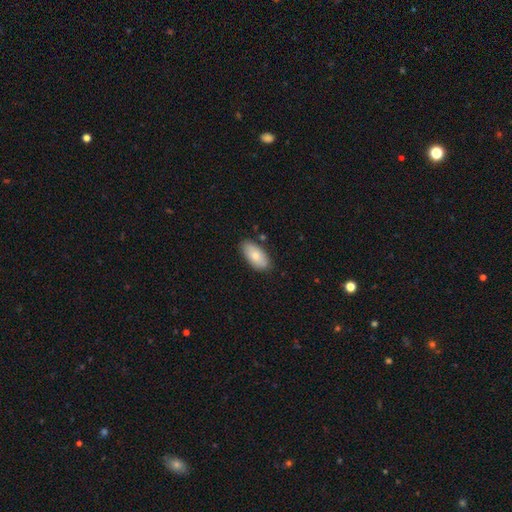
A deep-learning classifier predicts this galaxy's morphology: Smooth or featured? smooth (73%)
How rounded? in between (93%)
Merging? none (82%)